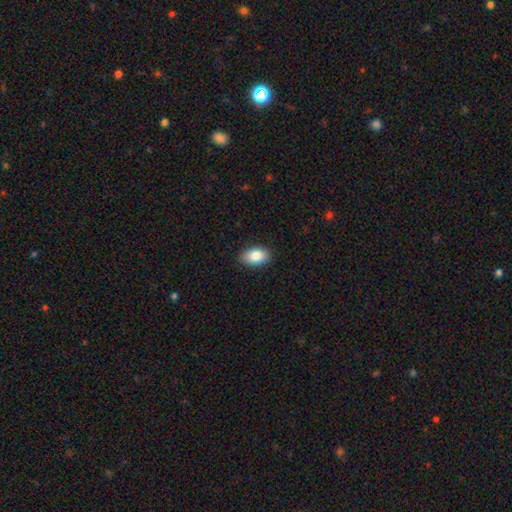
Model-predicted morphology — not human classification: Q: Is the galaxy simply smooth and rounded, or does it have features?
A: smooth — 86%.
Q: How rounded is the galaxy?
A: in between — 92%.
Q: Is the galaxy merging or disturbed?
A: none — 87%.